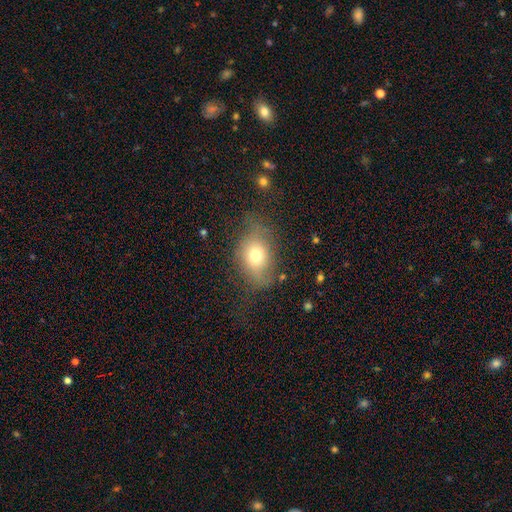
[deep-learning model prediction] Q: Smooth or featured?
A: smooth (68%); runner-up: featured or disk (20%)
Q: How rounded?
A: in between (73%); runner-up: round (25%)
Q: Merging?
A: none (55%); runner-up: minor disturbance (27%)